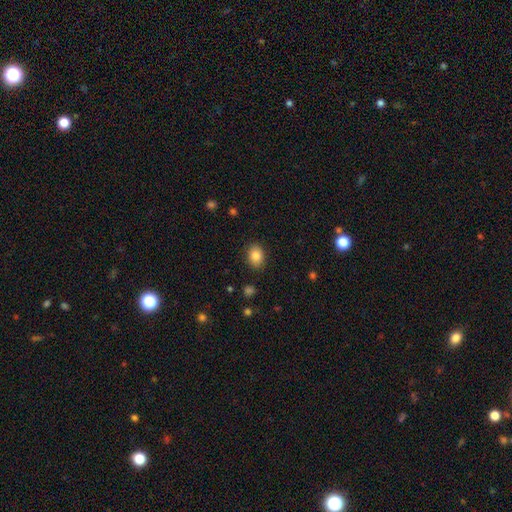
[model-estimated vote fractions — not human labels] Q: Smooth or featured?
A: smooth (84%); runner-up: star or artifact (9%)
Q: How rounded?
A: in between (67%); runner-up: round (32%)
Q: Merging?
A: none (88%); runner-up: minor disturbance (9%)